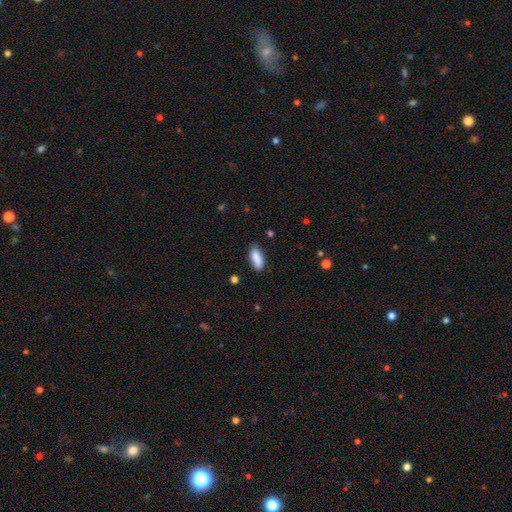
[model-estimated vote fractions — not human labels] Smooth or featured? Predicted: smooth (p=0.88). How rounded? Predicted: in between (p=0.79). Merging? Predicted: none (p=0.80).